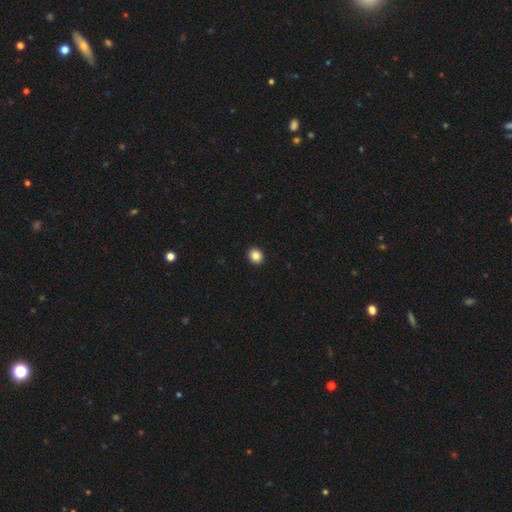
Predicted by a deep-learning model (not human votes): This is clearly a smooth galaxy (86%). How rounded: likely round (73%). Merging: clearly none (93%).